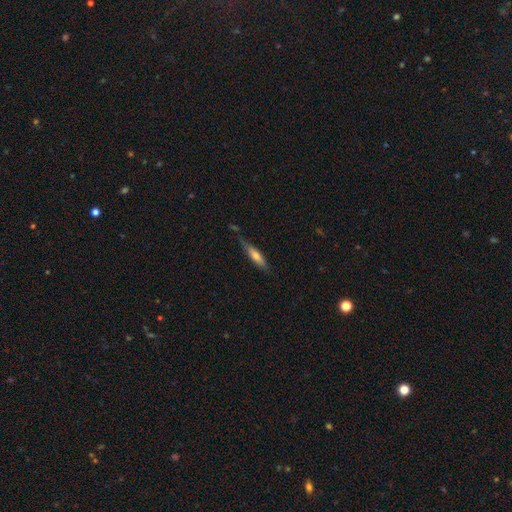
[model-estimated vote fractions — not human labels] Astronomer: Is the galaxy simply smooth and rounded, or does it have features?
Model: smooth — 54% (runner-up: featured or disk, 39%).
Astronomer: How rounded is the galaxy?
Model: cigar-shaped — 80%.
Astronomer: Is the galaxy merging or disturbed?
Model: none — 68%.